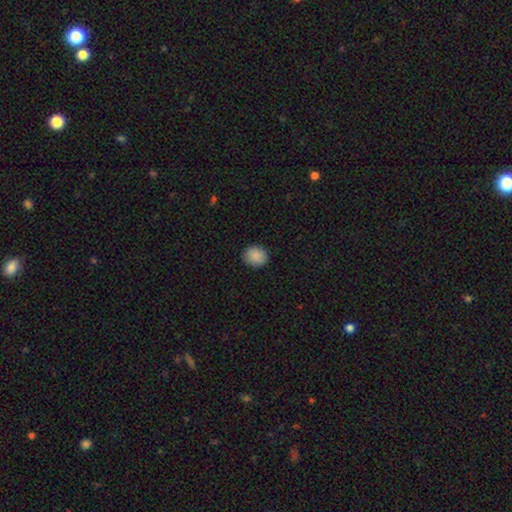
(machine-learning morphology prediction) smooth 89%, star or artifact 8%, featured or disk 3%. Down the decision tree: how rounded — round (73%); merging — none (89%).